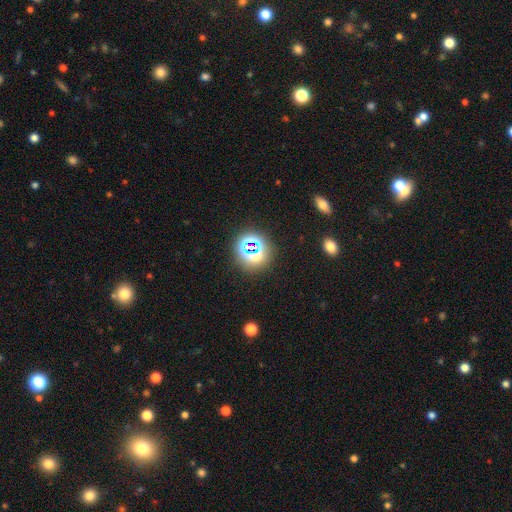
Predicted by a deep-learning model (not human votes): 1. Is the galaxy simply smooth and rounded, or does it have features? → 62% star or artifact, 27% smooth, 11% featured or disk.